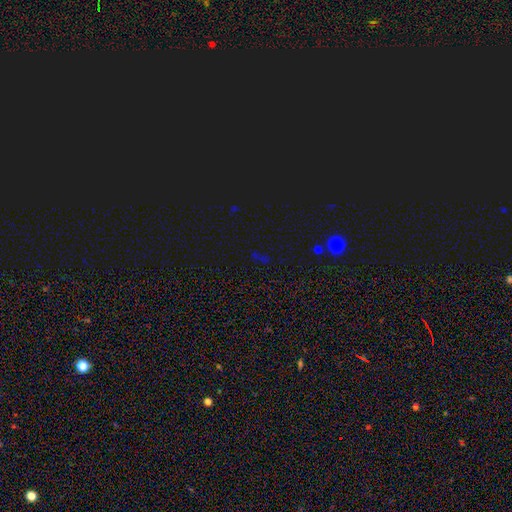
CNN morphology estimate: This appears to be a star or artifact, not a galaxy (69%).